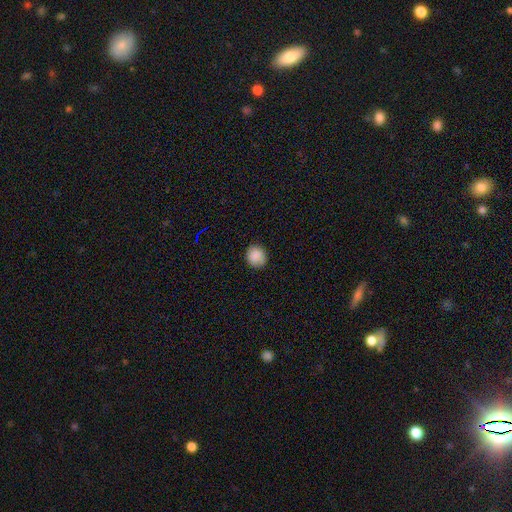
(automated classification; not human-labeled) The model was most divided on "how rounded": round: 84%, in between: 15%, cigar-shaped: 1%. More confident: smooth or featured — smooth (87%); merging — none (83%).